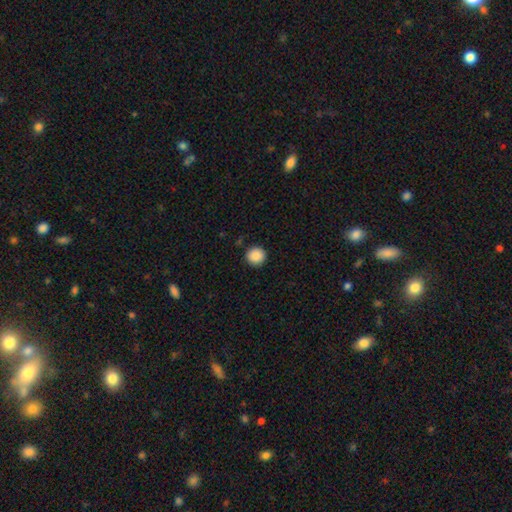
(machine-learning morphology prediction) Smooth or featured?
  - smooth: 89% *
  - star or artifact: 9%
  - featured or disk: 2%
How rounded?
  - round: 93% *
  - in between: 6%
  - cigar-shaped: 1%
Merging?
  - none: 91% *
  - minor disturbance: 6%
  - major disturbance: 2%
  - merger: 1%